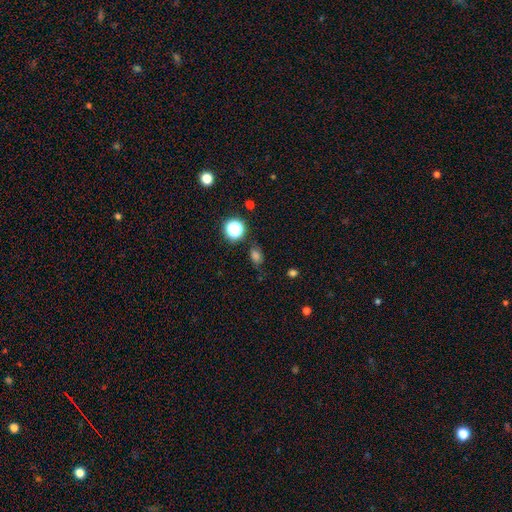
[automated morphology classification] smooth-or-featured: smooth: 63% | star or artifact: 29% | featured or disk: 8%
  how-rounded: in between: 59% | round: 39% | cigar-shaped: 2%
  merging: none: 76% | minor disturbance: 15% | major disturbance: 5% | merger: 4%